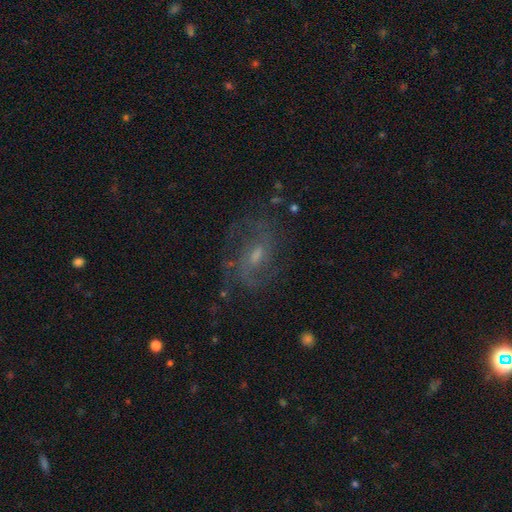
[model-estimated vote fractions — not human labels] Smooth or featured: featured or disk — 74% (smooth — 15%)
Edge-on disk: no — 96% (yes — 4%)
Bar: weak — 51% (no — 39%)
Spiral arms: yes — 89% (no — 11%)
Spiral winding: medium — 48% (loose — 28%)
Spiral arm count: 2 — 44% (can't tell — 29%)
Bulge size: moderate — 47% (small — 42%)
Merging: none — 66% (minor disturbance — 18%)